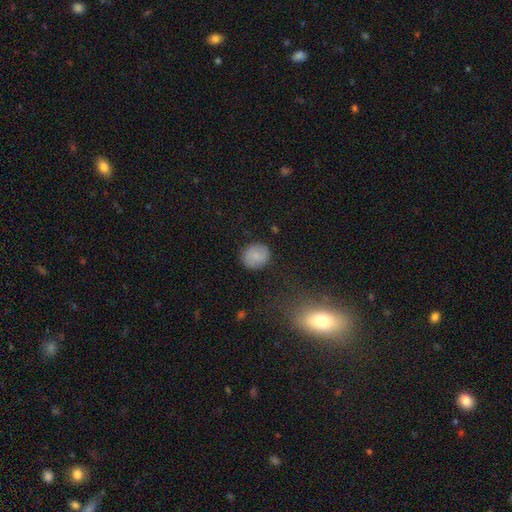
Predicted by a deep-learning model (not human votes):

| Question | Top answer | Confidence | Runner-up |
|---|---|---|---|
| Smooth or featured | smooth | 79% | featured or disk (12%) |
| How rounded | round | 71% | in between (28%) |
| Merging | none | 86% | minor disturbance (10%) |